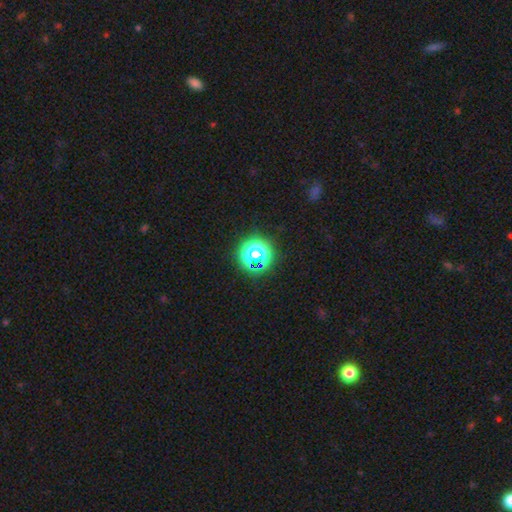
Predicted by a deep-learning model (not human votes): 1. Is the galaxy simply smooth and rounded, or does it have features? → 60% star or artifact, 34% smooth, 6% featured or disk.